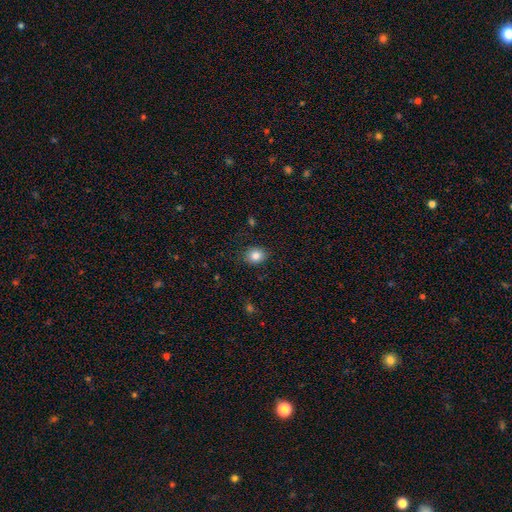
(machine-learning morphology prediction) smooth-or-featured: smooth: 83% | star or artifact: 10% | featured or disk: 7%
  how-rounded: round: 58% | in between: 41% | cigar-shaped: 1%
  merging: none: 86% | minor disturbance: 11% | major disturbance: 2% | merger: 1%